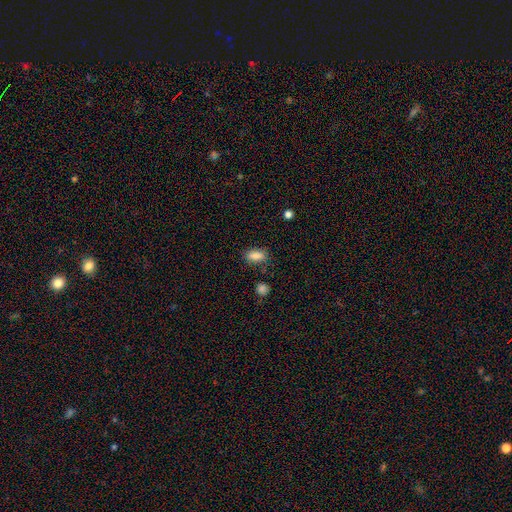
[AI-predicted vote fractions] A smooth galaxy with no disk features (84%) that is in between round and cigar-shaped (83%).

Vote fractions:
- Smooth or featured? smooth: 84% / star or artifact: 9% / featured or disk: 7%
- How rounded? in between: 83% / cigar-shaped: 11% / round: 6%
- Merging? none: 78% / minor disturbance: 15% / major disturbance: 4% / merger: 3%